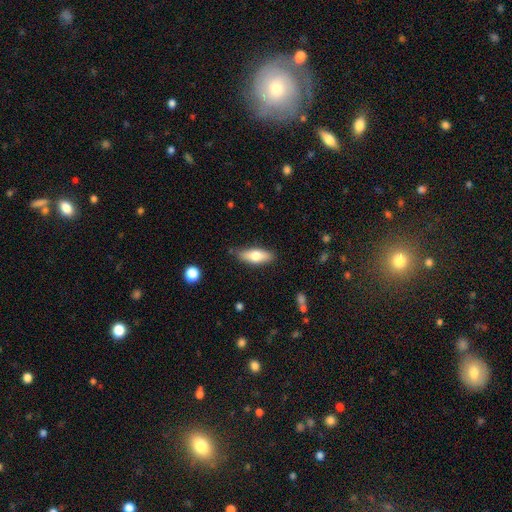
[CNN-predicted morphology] smooth_or_featured: smooth (p=0.68) [alt: featured or disk p=0.26]
how_rounded: in between (p=0.66) [alt: cigar-shaped p=0.32]
merging: none (p=0.80) [alt: minor disturbance p=0.16]